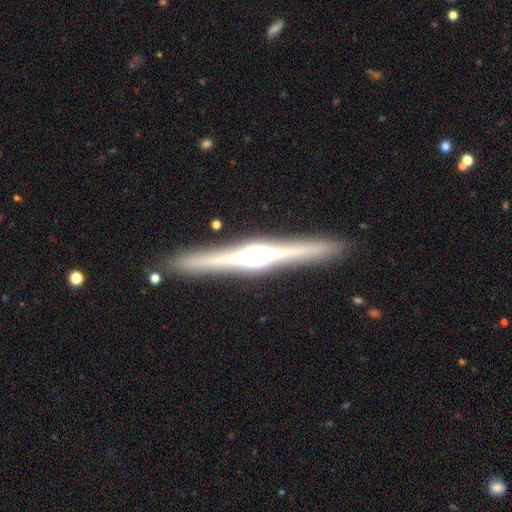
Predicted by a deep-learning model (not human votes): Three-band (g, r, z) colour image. It shows a featured or disk galaxy (80%) viewed edge-on (98%) with a rounded central bulge (85%). Merging: none (87%).